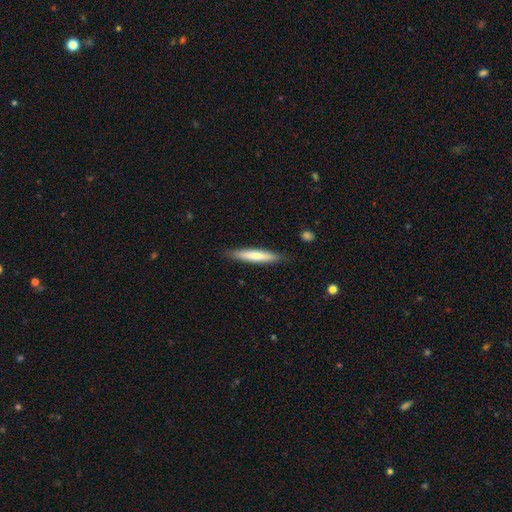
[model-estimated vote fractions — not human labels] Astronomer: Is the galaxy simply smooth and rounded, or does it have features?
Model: smooth — 73%.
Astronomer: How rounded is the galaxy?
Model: cigar-shaped — 91%.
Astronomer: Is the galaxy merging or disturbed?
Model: none — 86%.